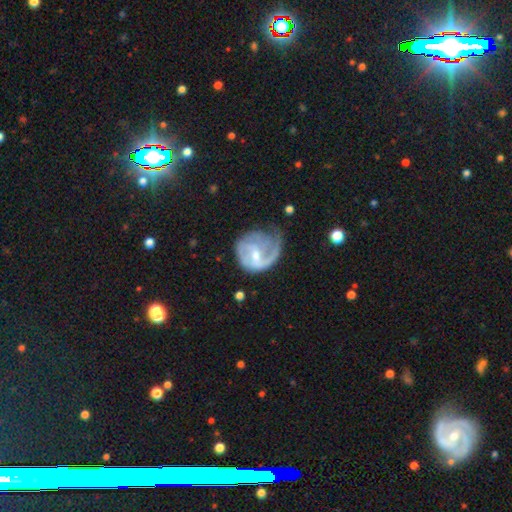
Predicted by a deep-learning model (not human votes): This is likely a featured or disk galaxy (73%). It is clearly not viewed edge-on (98%). Bar: possibly weak (54%). Spiral arm pattern: clearly yes (83%). Spiral arm count: marginally 1 (41%). Spiral winding: marginally medium (39%). Central bulge: possibly small (48%). Merging: marginally major disturbance (36%).